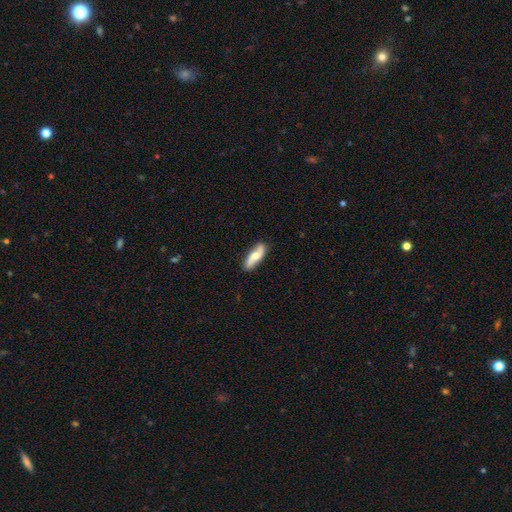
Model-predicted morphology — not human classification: Q: Smooth or featured?
A: smooth (52%); runner-up: featured or disk (43%)
Q: How rounded?
A: in between (56%); runner-up: cigar-shaped (41%)
Q: Merging?
A: none (82%); runner-up: minor disturbance (14%)